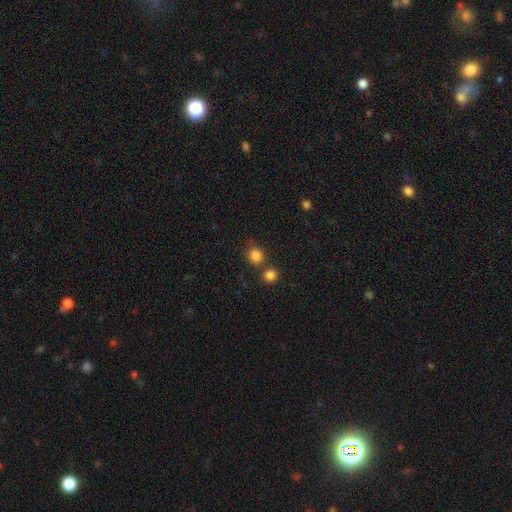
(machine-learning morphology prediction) Smooth or featured: smooth — 84% (star or artifact — 12%)
How rounded: round — 86% (in between — 13%)
Merging: none — 72% (merger — 17%)